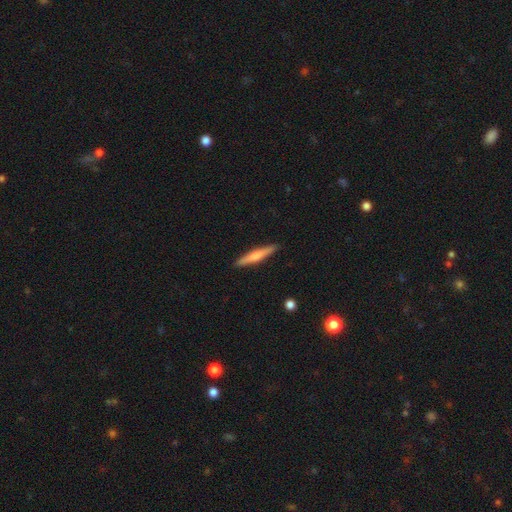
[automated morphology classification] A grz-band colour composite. It shows a smooth galaxy with no disk features (55%) that is cigar-shaped (93%). Merging: none (91%).